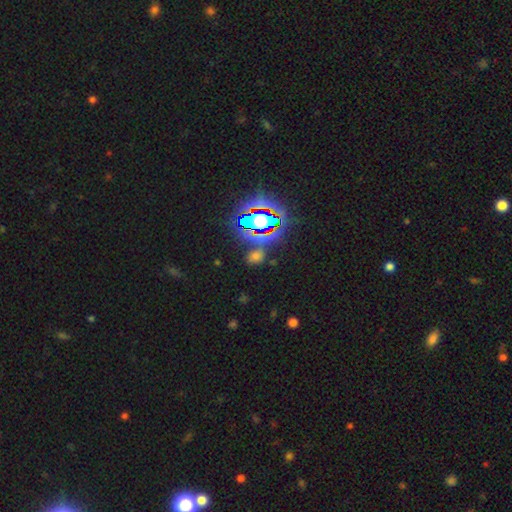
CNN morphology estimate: smooth_or_featured: star or artifact (p=0.47) [alt: smooth p=0.41]